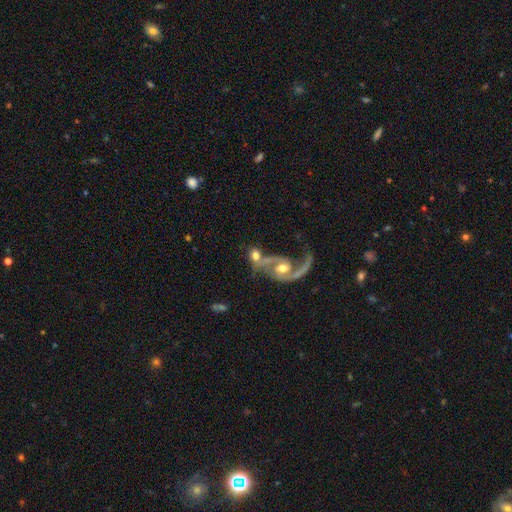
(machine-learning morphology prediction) Smooth or featured: featured or disk — 53% (smooth — 39%)
Edge-on disk: no — 95% (yes — 5%)
Bar: no — 54% (weak — 36%)
Spiral arms: yes — 84% (no — 16%)
Bulge size: moderate — 62% (small — 18%)
Merging: merger — 44% (none — 35%)